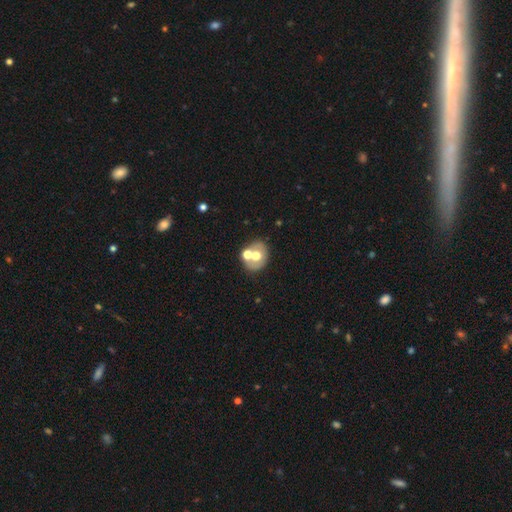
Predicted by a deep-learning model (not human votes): A smooth galaxy with no disk features (54%) that is round (55%).

Vote fractions:
- Smooth or featured? smooth: 54% / featured or disk: 36% / star or artifact: 11%
- How rounded? round: 55% / in between: 45% / cigar-shaped: 1%
- Merging? none: 55% / merger: 30% / minor disturbance: 11% / major disturbance: 4%